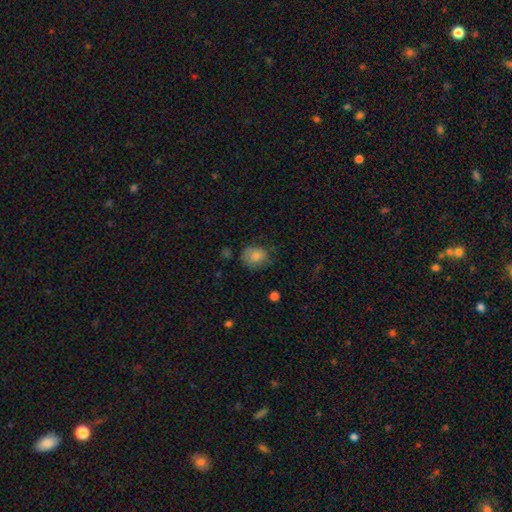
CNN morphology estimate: Overall: smooth (81%). How rounded: round (61%; in between 38%). Merging: none (60%; minor disturbance 28%).